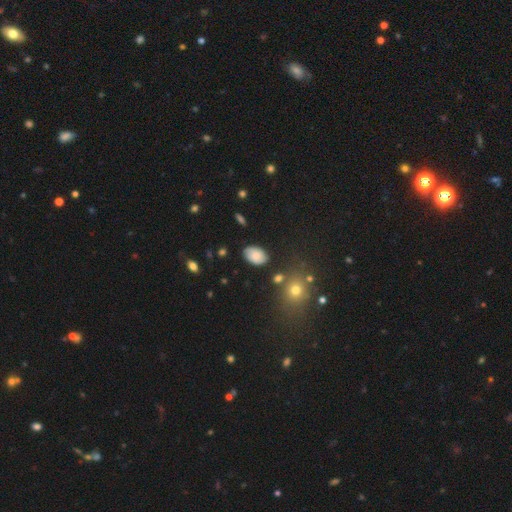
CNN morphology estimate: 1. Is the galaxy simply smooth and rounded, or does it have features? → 74% smooth, 16% featured or disk, 10% star or artifact.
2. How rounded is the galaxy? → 89% in between, 10% round, 1% cigar-shaped.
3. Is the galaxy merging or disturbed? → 79% none, 15% minor disturbance, 4% major disturbance, 2% merger.